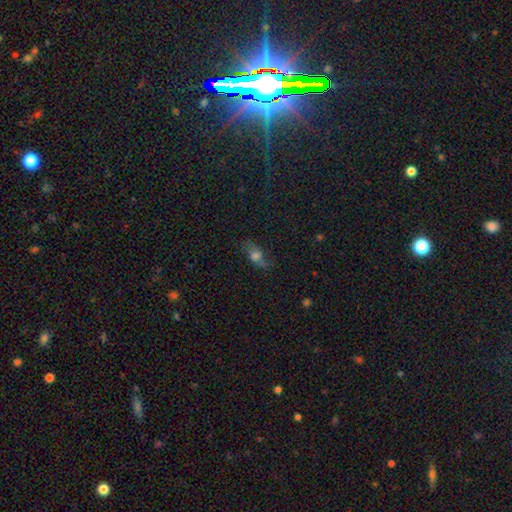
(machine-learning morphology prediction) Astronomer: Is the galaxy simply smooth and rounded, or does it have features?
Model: smooth — 51% (runner-up: featured or disk, 32%).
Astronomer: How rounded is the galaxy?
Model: in between — 70%.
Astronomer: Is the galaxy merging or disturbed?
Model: none — 65%.